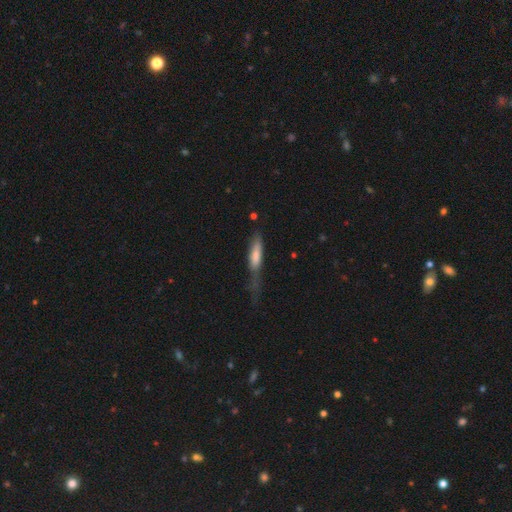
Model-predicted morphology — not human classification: Smooth or featured: smooth — 68% (featured or disk — 26%)
How rounded: cigar-shaped — 72% (in between — 26%)
Merging: major disturbance — 33% (tied with minor disturbance — 33%)